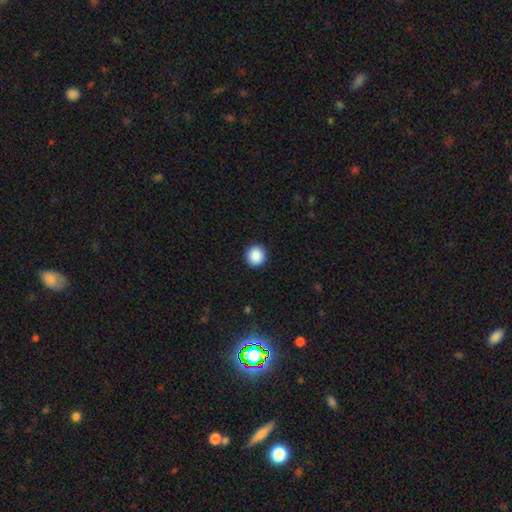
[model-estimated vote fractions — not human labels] Smooth or featured: smooth — 89% (star or artifact — 8%)
How rounded: round — 95% (in between — 4%)
Merging: none — 93% (minor disturbance — 5%)